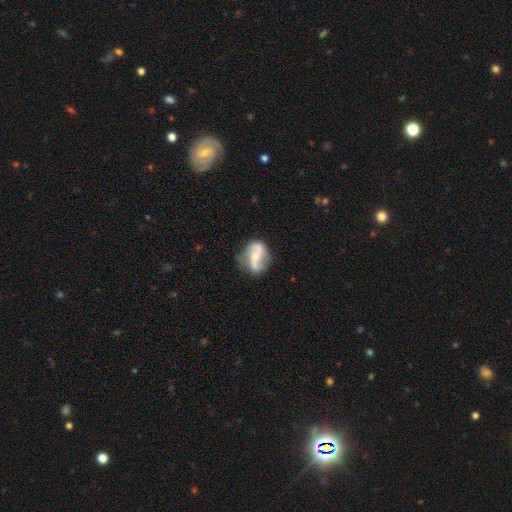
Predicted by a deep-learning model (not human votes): The model was most divided on "bar": no: 40%, weak: 34%, strong: 26%. More confident: edge-on disk — no (96%); spiral arm count — 2 (89%); spiral arms — yes (87%); smooth or featured — featured or disk (74%); merging — none (65%); spiral winding — loose (60%); bulge size — moderate (52%).